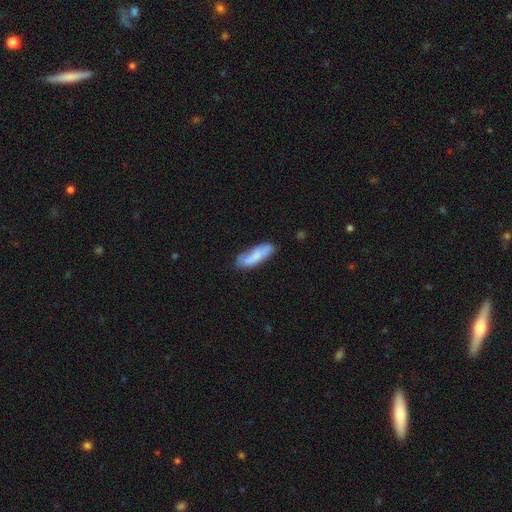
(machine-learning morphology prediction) Smooth or featured? Predicted: smooth (p=0.63). How rounded? Predicted: in between (p=0.54). Merging? Predicted: none (p=0.61).